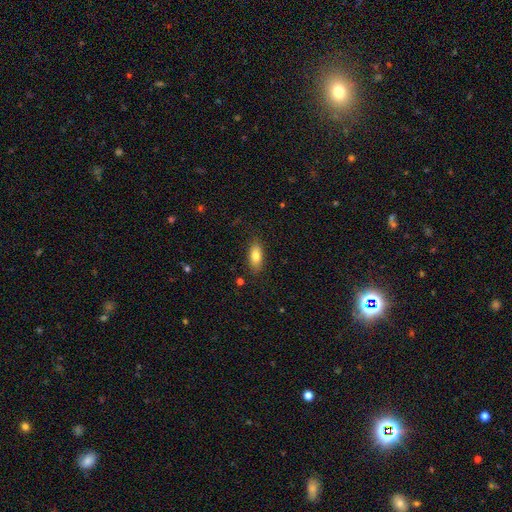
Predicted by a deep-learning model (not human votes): Morphology: type=smooth (79%); roundness=in between (82%); merging=none (84%).